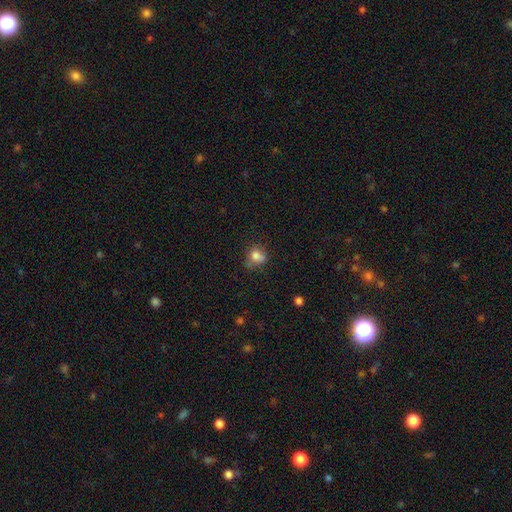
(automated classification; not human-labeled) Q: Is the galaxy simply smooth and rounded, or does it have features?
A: smooth — 77%.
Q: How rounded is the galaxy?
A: round — 62%.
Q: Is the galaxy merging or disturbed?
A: none — 51%.